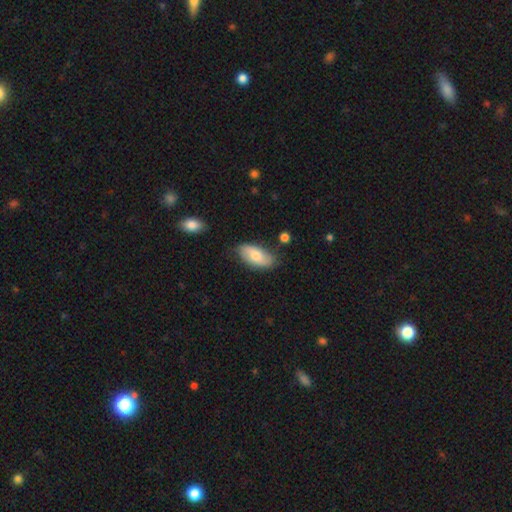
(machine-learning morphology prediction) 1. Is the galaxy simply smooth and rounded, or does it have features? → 67% smooth, 27% featured or disk, 6% star or artifact.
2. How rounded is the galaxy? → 92% in between, 5% cigar-shaped, 3% round.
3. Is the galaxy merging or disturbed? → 75% none, 18% minor disturbance, 4% major disturbance, 3% merger.